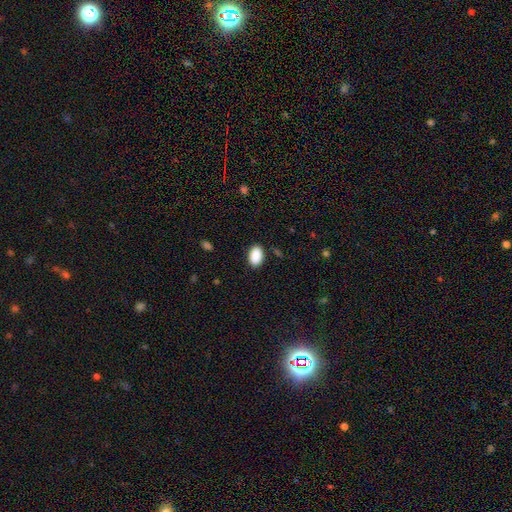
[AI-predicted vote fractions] Smooth or featured? smooth (90%)
How rounded? in between (92%)
Merging? none (87%)